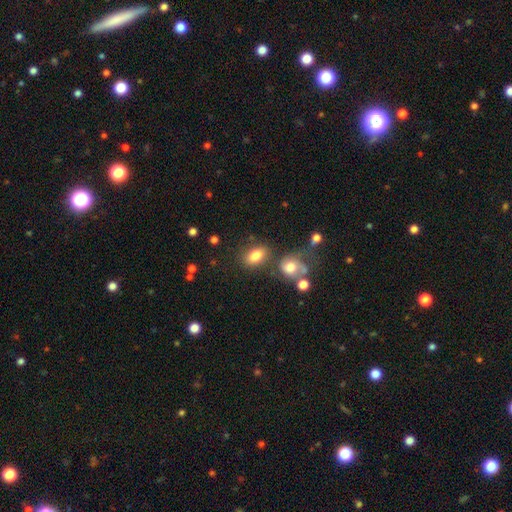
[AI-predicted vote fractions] Overall: smooth (79%). How rounded: in between (79%). Merging: none (65%).